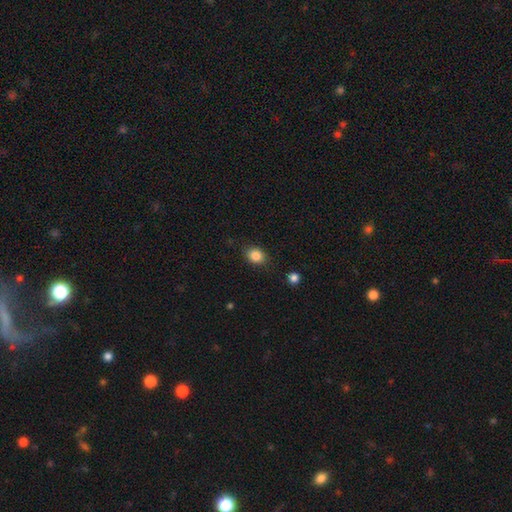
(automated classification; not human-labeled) Smooth or featured?
  - smooth: 86% *
  - star or artifact: 9%
  - featured or disk: 5%
How rounded?
  - in between: 51% *
  - round: 48%
  - cigar-shaped: 1%
Merging?
  - none: 82% *
  - minor disturbance: 13%
  - major disturbance: 3%
  - merger: 2%